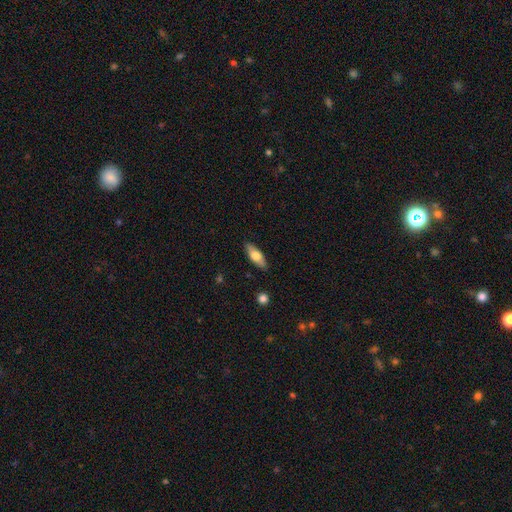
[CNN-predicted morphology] This appears to be a smooth galaxy with no disk features (67%) that is in between round and cigar-shaped (68%). Merging: none (88%).